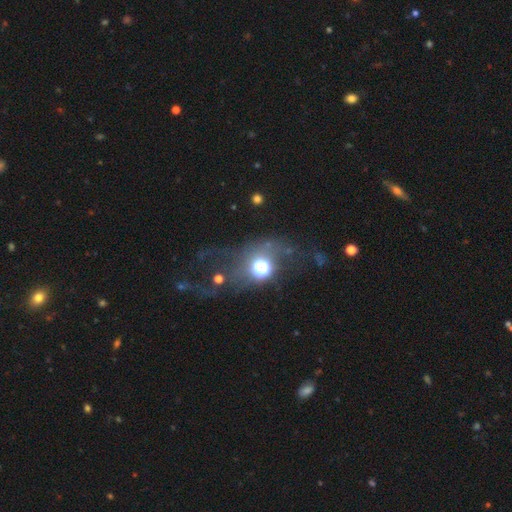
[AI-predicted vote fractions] Smooth or featured? Predicted: featured or disk (p=0.44). Merging? Predicted: none (p=0.47).